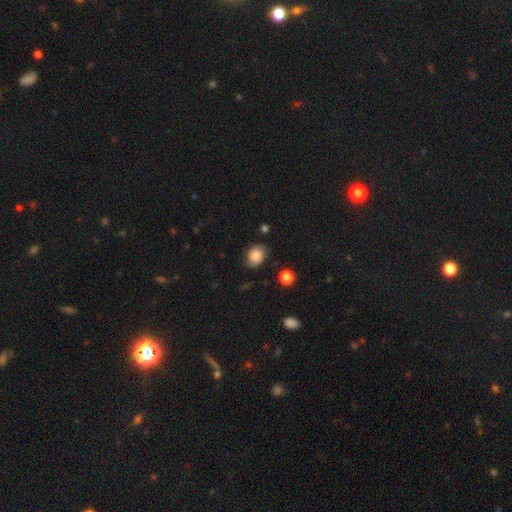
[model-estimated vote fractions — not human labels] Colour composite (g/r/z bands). It shows a smooth galaxy with no disk features (79%) that is in between round and cigar-shaped (57%). Merging: none (76%).